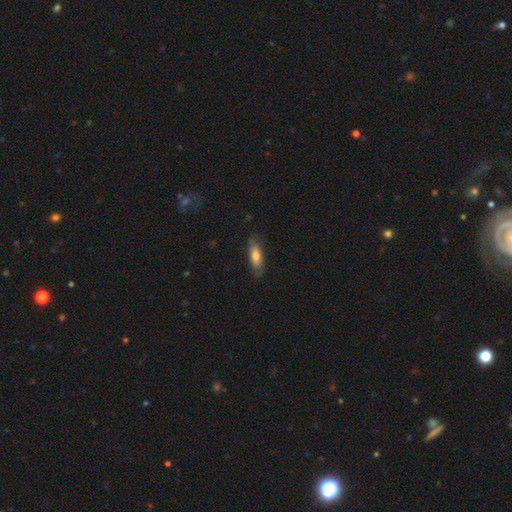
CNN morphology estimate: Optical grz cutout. It shows a smooth galaxy with no disk features (70%) that is in between round and cigar-shaped (57%). Merging: none (77%).